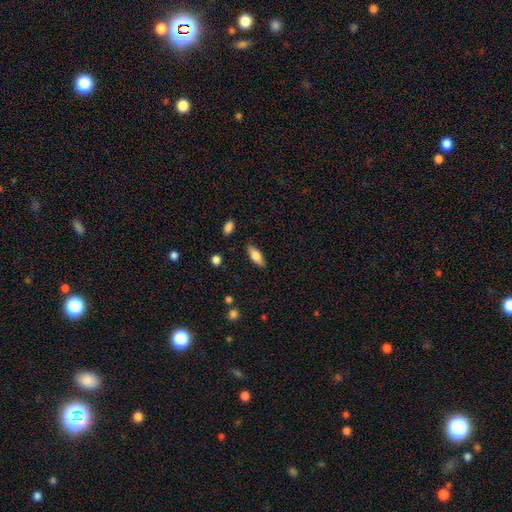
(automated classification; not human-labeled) The model was most divided on "how rounded": in between: 71%, cigar-shaped: 26%, round: 2%. More confident: merging — none (85%); smooth or featured — smooth (73%).